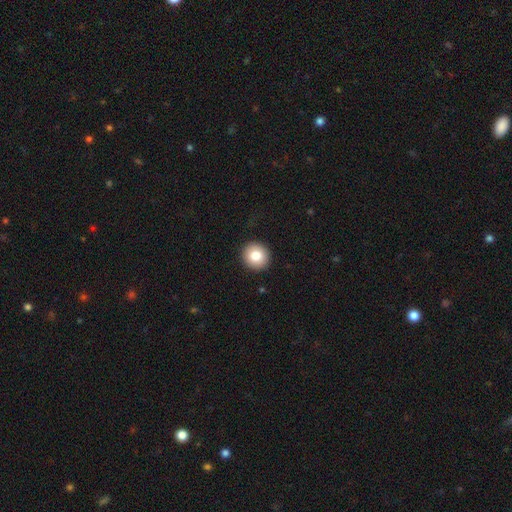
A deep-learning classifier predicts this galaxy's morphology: smooth-or-featured: smooth: 82% | featured or disk: 9% | star or artifact: 9%
  how-rounded: round: 92% | in between: 7% | cigar-shaped: 1%
  merging: none: 92% | minor disturbance: 5% | major disturbance: 2% | merger: 1%